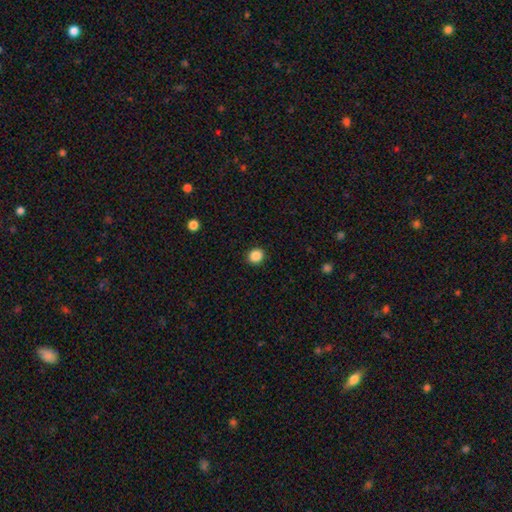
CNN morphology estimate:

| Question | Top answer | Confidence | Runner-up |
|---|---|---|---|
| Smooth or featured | smooth | 87% | star or artifact (10%) |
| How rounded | round | 84% | in between (16%) |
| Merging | none | 91% | minor disturbance (6%) |